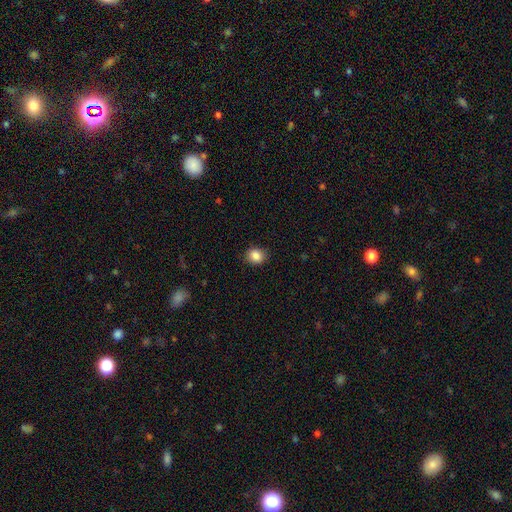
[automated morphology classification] smooth_or_featured: smooth (p=0.86) [alt: star or artifact p=0.09]
how_rounded: round (p=0.61) [alt: in between p=0.38]
merging: none (p=0.86) [alt: minor disturbance p=0.11]